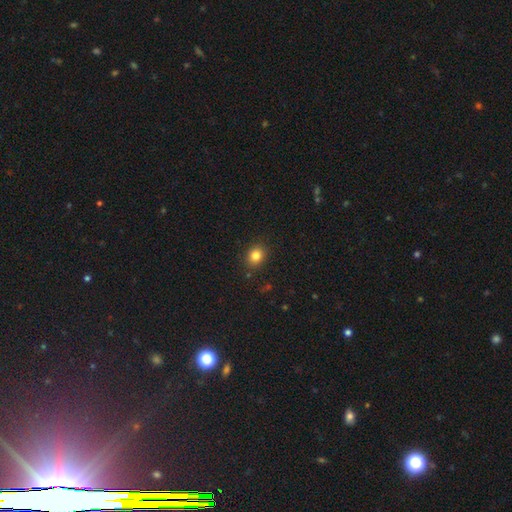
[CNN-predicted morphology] Smooth or featured? Predicted: smooth (p=0.82). How rounded? Predicted: round (p=0.66). Merging? Predicted: none (p=0.89).